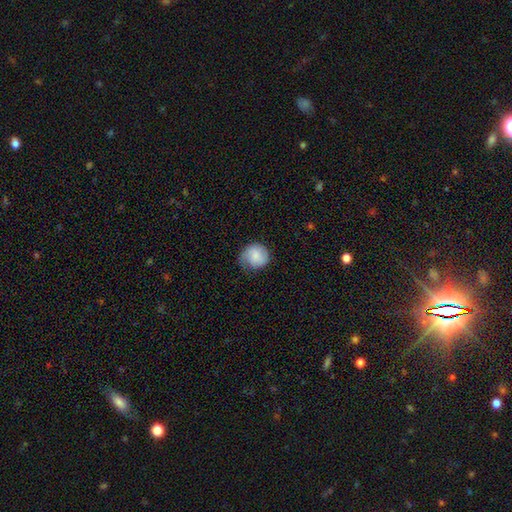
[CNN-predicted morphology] smooth_or_featured: smooth (p=0.75) [alt: featured or disk p=0.19]
how_rounded: round (p=0.85) [alt: in between p=0.14]
merging: none (p=0.58) [alt: minor disturbance p=0.31]